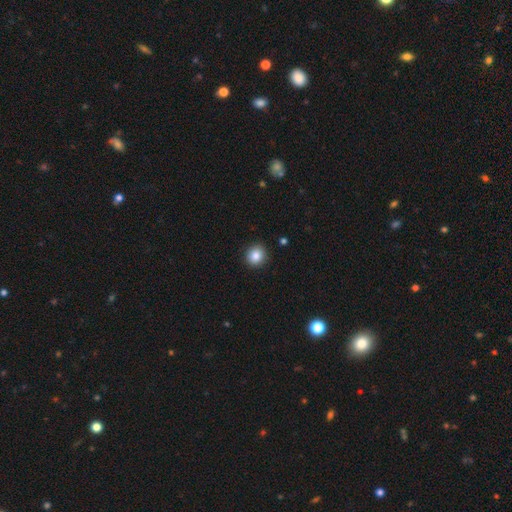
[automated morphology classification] smooth 85%, star or artifact 10%, featured or disk 5%. Down the decision tree: how rounded — round (86%); merging — none (91%).